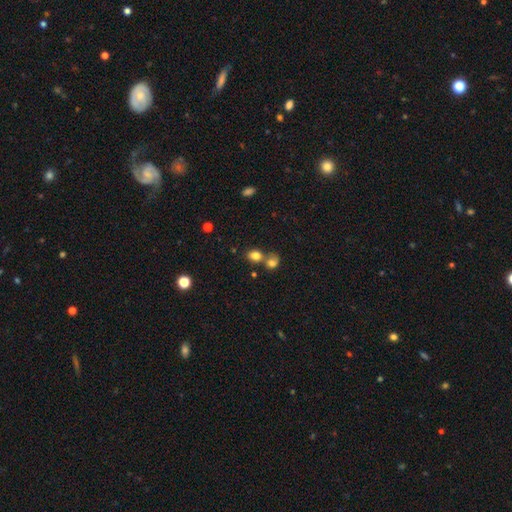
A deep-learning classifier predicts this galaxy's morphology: smooth_or_featured: smooth (p=0.79) [alt: star or artifact p=0.13]
how_rounded: round (p=0.57) [alt: in between p=0.42]
merging: none (p=0.46) [alt: merger p=0.42]